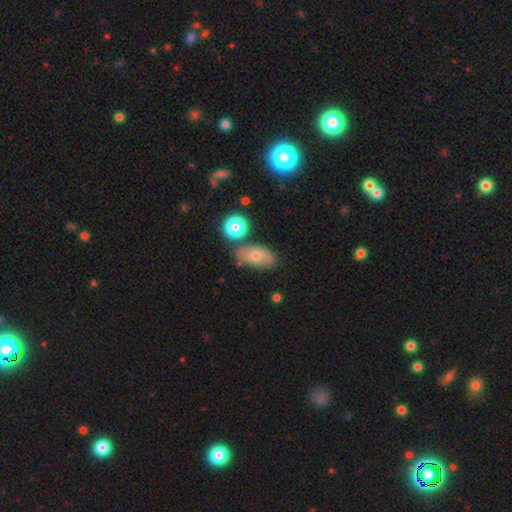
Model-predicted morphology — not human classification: This appears to be a smooth galaxy with no disk features (65%) that is in between round and cigar-shaped (85%). Merging: none (63%).